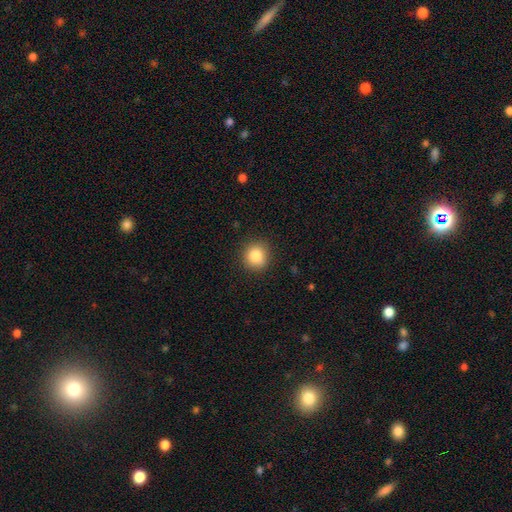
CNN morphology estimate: Smooth or featured?
  - smooth: 83% *
  - star or artifact: 10%
  - featured or disk: 7%
How rounded?
  - round: 90% *
  - in between: 9%
  - cigar-shaped: 1%
Merging?
  - none: 90% *
  - minor disturbance: 7%
  - major disturbance: 2%
  - merger: 1%